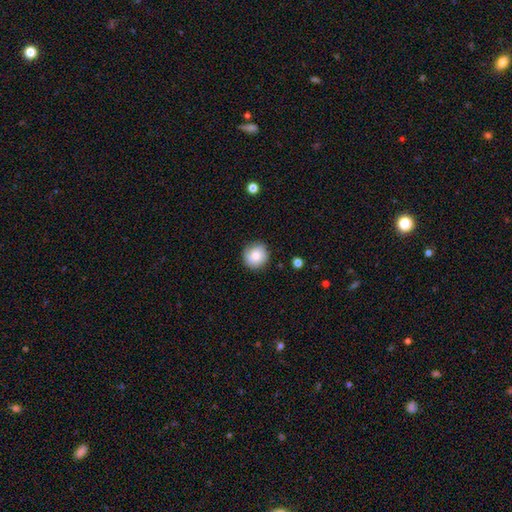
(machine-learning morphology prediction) smooth 78%, featured or disk 14%, star or artifact 8%. Down the decision tree: how rounded — round (91%); merging — none (84%).